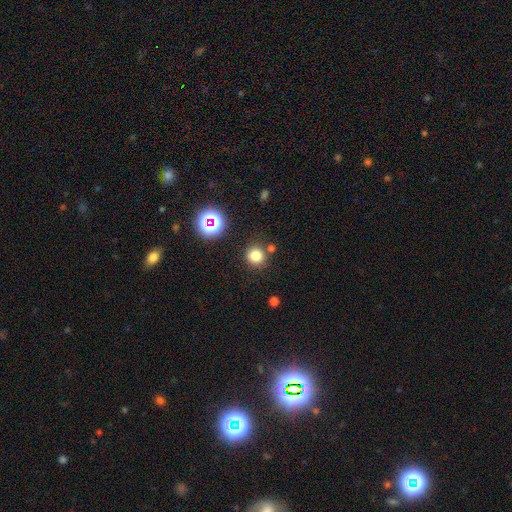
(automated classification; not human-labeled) This appears to be a smooth galaxy with no disk features (78%) that is round (93%). Merging: none (80%).